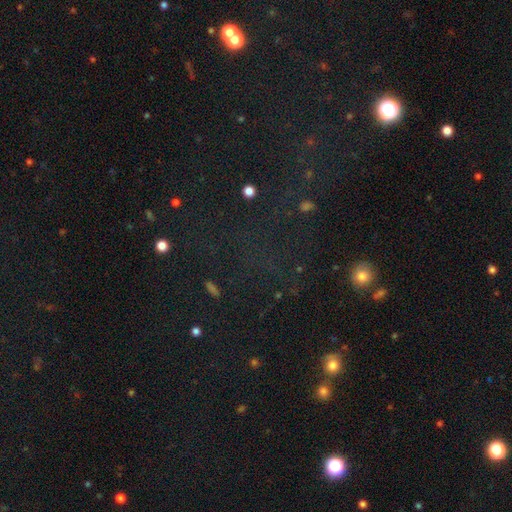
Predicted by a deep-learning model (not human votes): smooth-or-featured: star or artifact: 68% | smooth: 22% | featured or disk: 11%